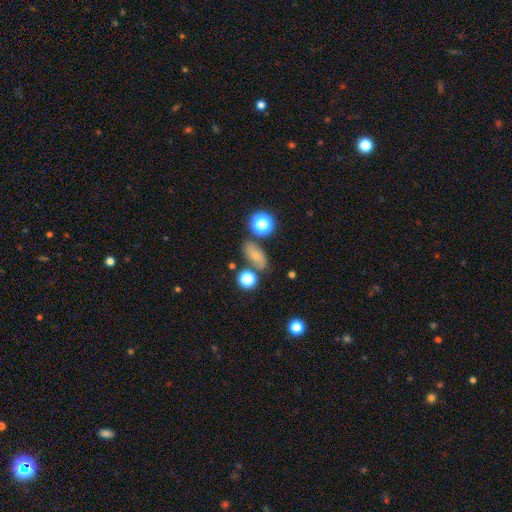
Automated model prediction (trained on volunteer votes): smooth 62%, featured or disk 22%, star or artifact 17%. Down the decision tree: how rounded — in between (71%); merging — none (68%).